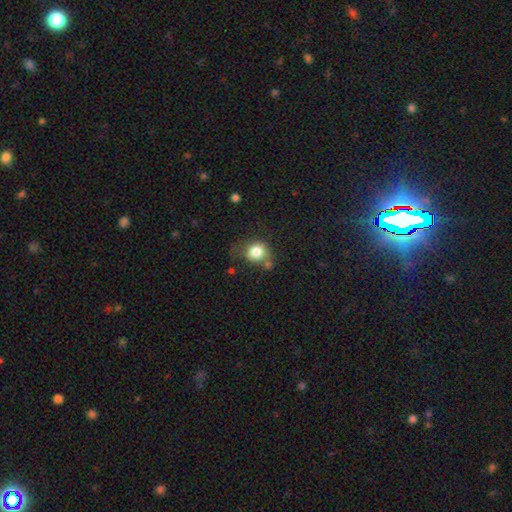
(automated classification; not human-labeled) A smooth galaxy with no disk features (78%) that is round (70%). Merging: none (58%).